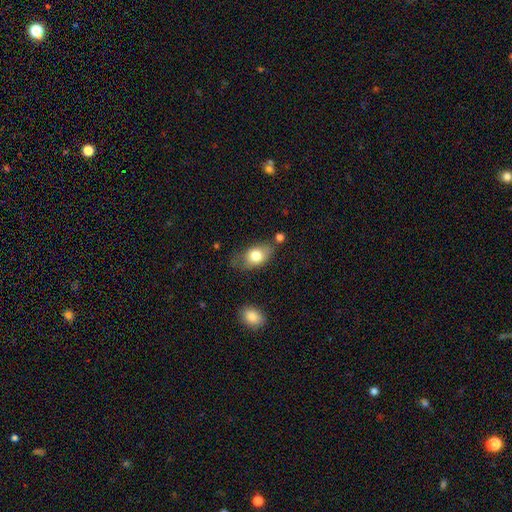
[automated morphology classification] This appears to be a smooth galaxy with no disk features (75%) that is in between round and cigar-shaped (84%). Merging: none (59%).